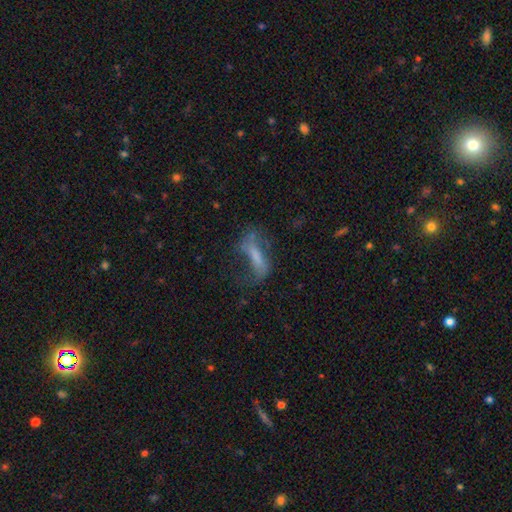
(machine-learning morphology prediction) This appears to be a featured or disk galaxy (49%). Merging: none (43%).